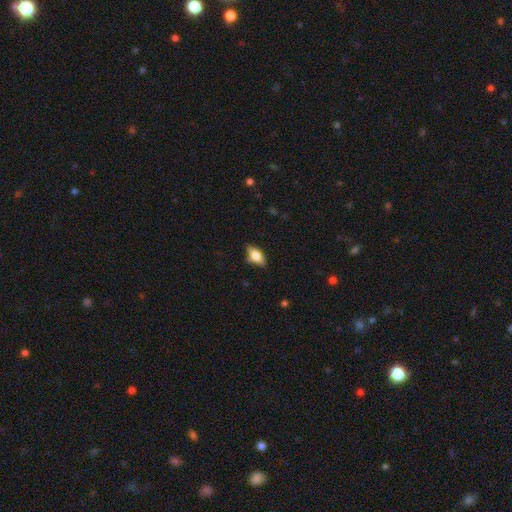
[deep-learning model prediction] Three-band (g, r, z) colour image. It shows a smooth galaxy with no disk features (61%) that is in between round and cigar-shaped (81%). Merging: none (77%).